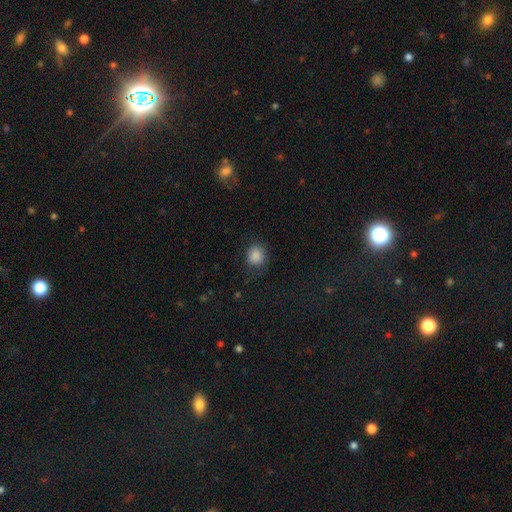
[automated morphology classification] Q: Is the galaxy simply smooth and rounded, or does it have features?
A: smooth — 86%.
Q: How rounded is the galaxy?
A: round — 75%.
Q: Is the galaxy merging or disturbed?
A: none — 73%.